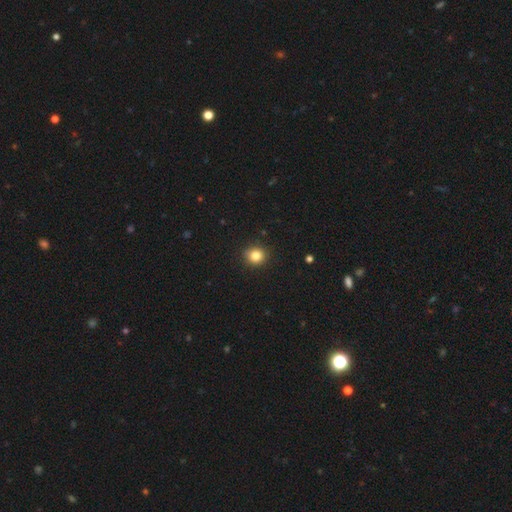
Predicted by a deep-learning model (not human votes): Smooth or featured? smooth (84%)
How rounded? round (82%)
Merging? none (89%)